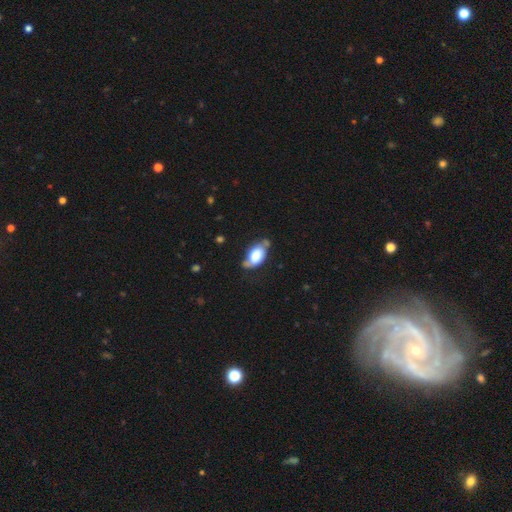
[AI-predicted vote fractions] Smooth or featured?
  - smooth: 64% *
  - featured or disk: 28%
  - star or artifact: 7%
How rounded?
  - in between: 91% *
  - round: 6%
  - cigar-shaped: 3%
Merging?
  - none: 52% *
  - minor disturbance: 33%
  - major disturbance: 9%
  - merger: 5%